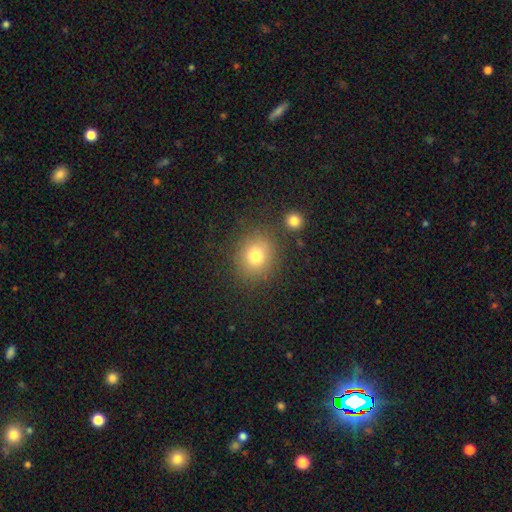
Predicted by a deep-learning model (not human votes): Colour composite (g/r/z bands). It shows a smooth galaxy with no disk features (77%) that is round (76%). Merging: none (81%).